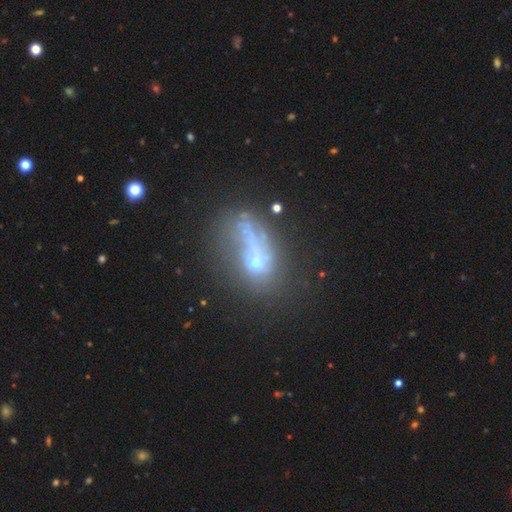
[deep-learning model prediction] Q: Smooth or featured?
A: featured or disk (49%); runner-up: smooth (32%)
Q: Merging?
A: major disturbance (35%); runner-up: none (33%)